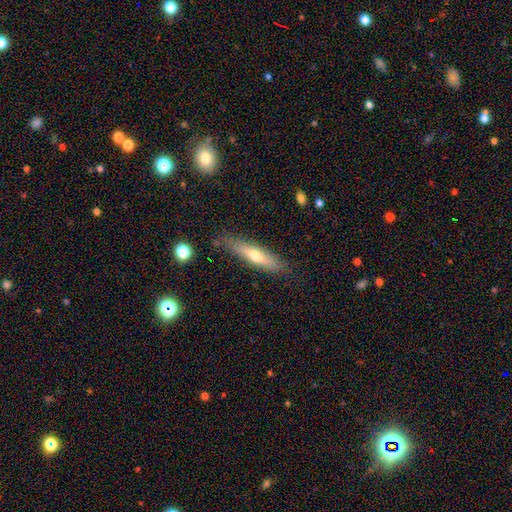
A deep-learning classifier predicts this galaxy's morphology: Smooth or featured? smooth (56%)
How rounded? cigar-shaped (81%)
Merging? none (81%)